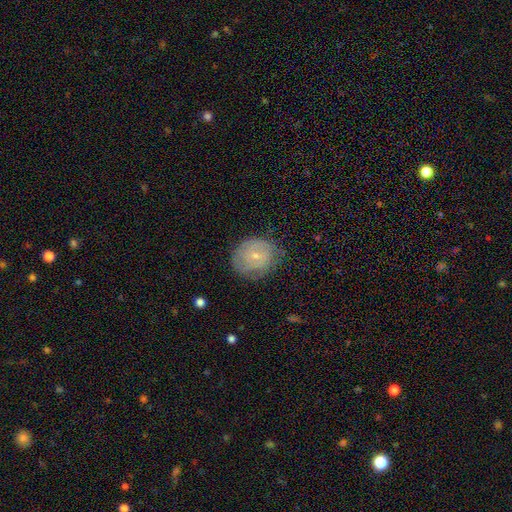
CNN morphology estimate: A smooth galaxy with no disk features (49%).

Vote fractions:
- Smooth or featured? smooth: 49% / featured or disk: 43% / star or artifact: 8%
- Merging? none: 67% / minor disturbance: 24% / major disturbance: 8% / merger: 1%